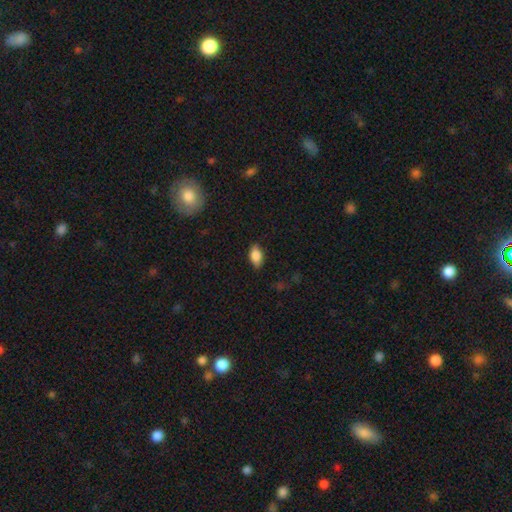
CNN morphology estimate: A smooth galaxy with no disk features (85%) that is in between round and cigar-shaped (90%). Merging: none (83%).